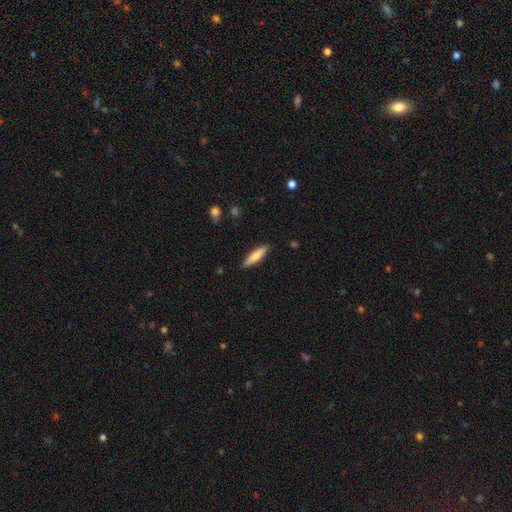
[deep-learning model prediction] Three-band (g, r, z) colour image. It shows a smooth galaxy with no disk features (75%) that is cigar-shaped (76%). Merging: none (88%).